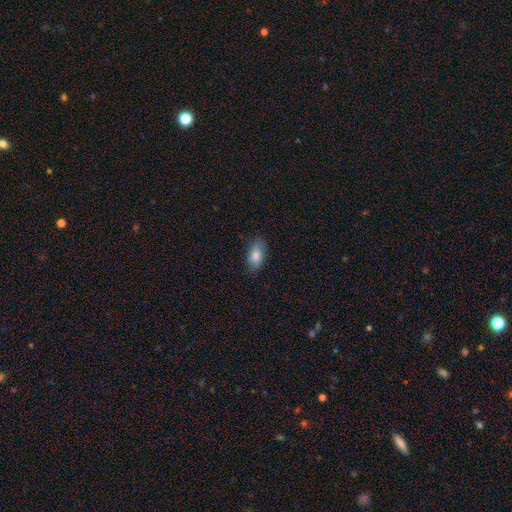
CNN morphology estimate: Smooth or featured? Predicted: smooth (p=0.78). How rounded? Predicted: in between (p=0.91). Merging? Predicted: none (p=0.72).